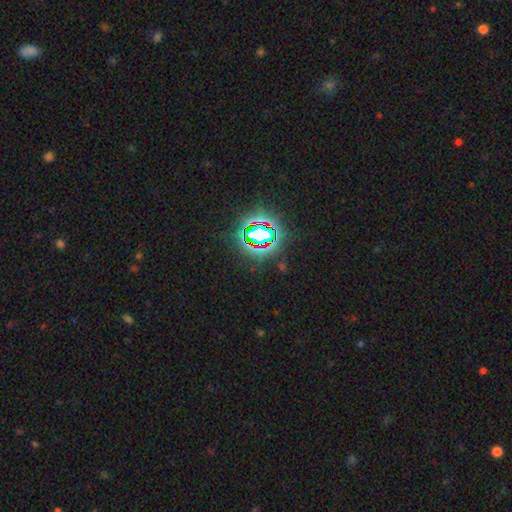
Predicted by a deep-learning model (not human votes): Smooth or featured? Predicted: star or artifact (p=0.80).